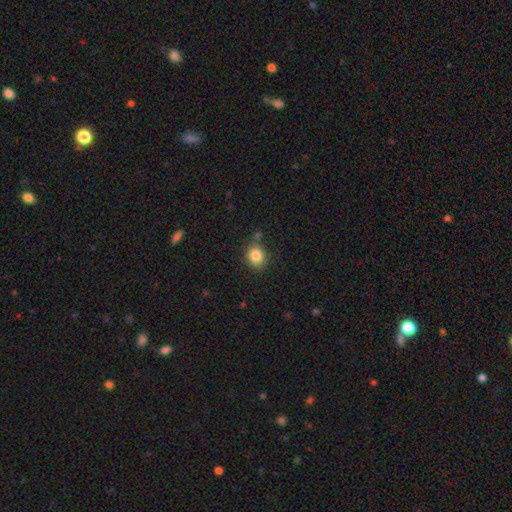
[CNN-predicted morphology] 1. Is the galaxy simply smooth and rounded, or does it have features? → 84% smooth, 10% star or artifact, 6% featured or disk.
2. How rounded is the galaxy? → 74% round, 25% in between, 1% cigar-shaped.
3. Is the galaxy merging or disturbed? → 74% none, 16% minor disturbance, 6% merger, 4% major disturbance.